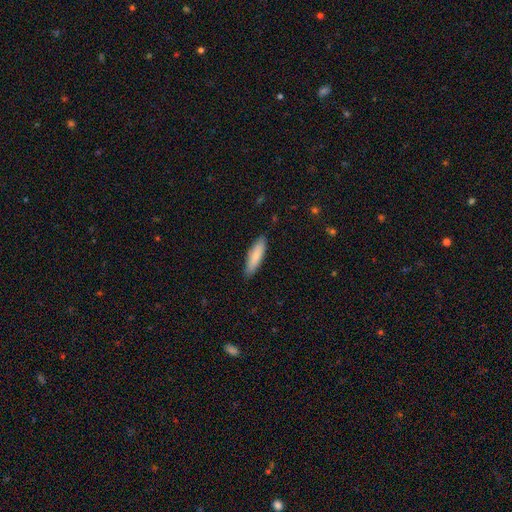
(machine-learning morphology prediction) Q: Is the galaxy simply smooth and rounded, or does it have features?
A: smooth — 82%.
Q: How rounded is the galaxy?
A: cigar-shaped — 65%.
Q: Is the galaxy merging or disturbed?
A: none — 86%.